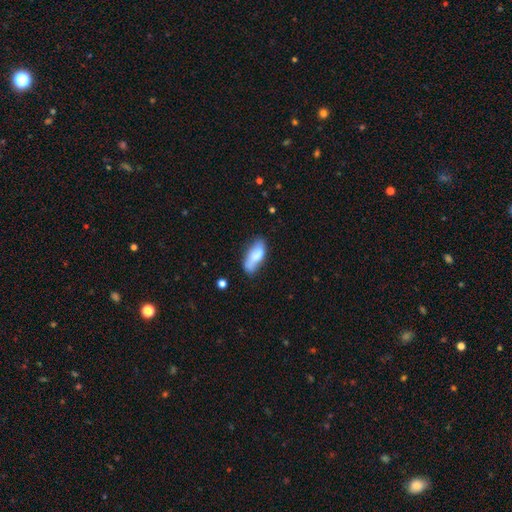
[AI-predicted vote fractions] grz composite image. It shows a smooth galaxy with no disk features (69%) that is in between round and cigar-shaped (83%). Merging: none (54%).